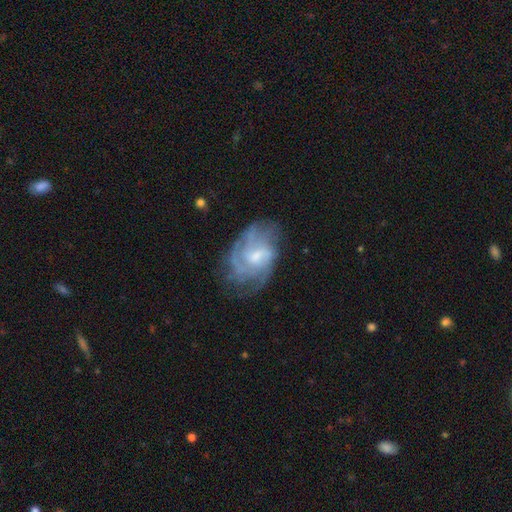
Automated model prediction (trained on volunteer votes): Smooth or featured: featured or disk — 76% (smooth — 17%)
Edge-on disk: no — 97% (yes — 3%)
Bar: weak — 50% (no — 42%)
Spiral arms: yes — 86% (no — 14%)
Spiral winding: medium — 42% (tight — 41%)
Spiral arm count: can't tell — 41% (3 — 19%)
Bulge size: moderate — 44% (small — 41%)
Merging: none — 59% (minor disturbance — 23%)